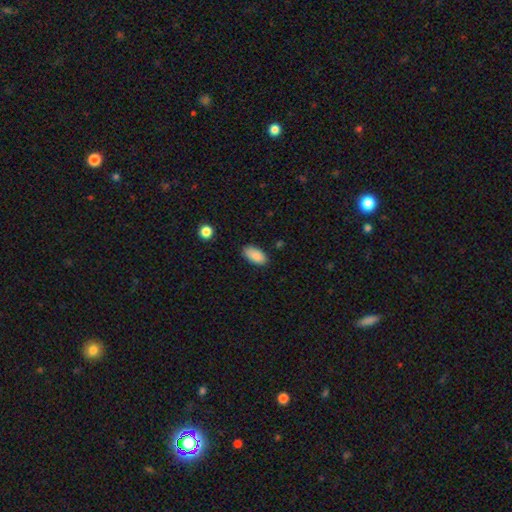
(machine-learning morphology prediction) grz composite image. It shows a smooth galaxy with no disk features (88%) that is in between round and cigar-shaped (93%). Merging: none (82%).